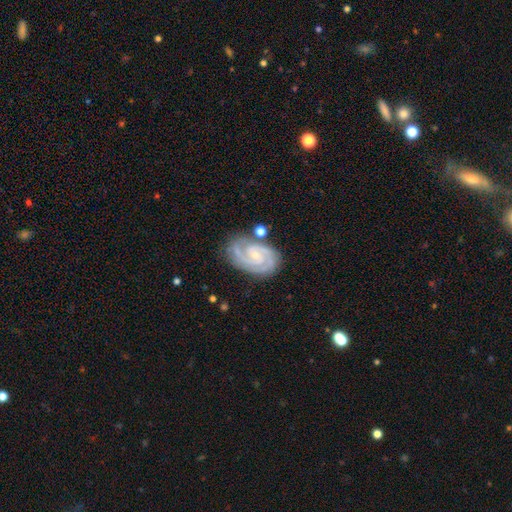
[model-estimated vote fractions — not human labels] smooth-or-featured: featured or disk: 90% | smooth: 5% | star or artifact: 5%
  disk-edge-on: no: 98% | yes: 2%
    bar: no: 56% | weak: 34% | strong: 10%
    has-spiral-arms: yes: 98% | no: 2%
      spiral-winding: tight: 68% | medium: 29% | loose: 3%
      spiral-arm-count: 2: 65% | 3: 21% | can't tell: 5% | 4: 3% | 1: 2% | more than 4: 2%
    bulge-size: small: 76% | moderate: 17% | none: 5% | large: 1% | dominant: 1%
  merging: none: 75% | minor disturbance: 16% | merger: 5% | major disturbance: 4%